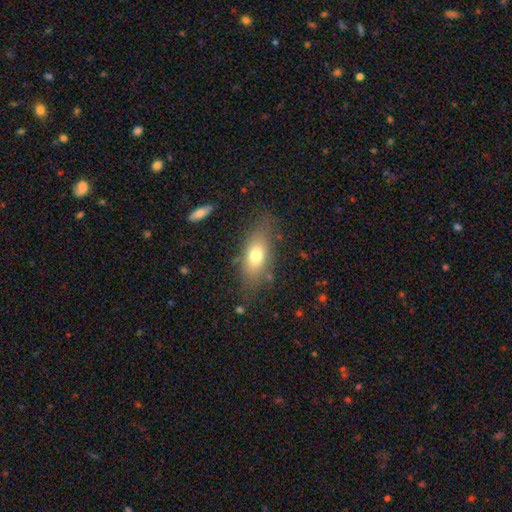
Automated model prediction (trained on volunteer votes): A smooth galaxy with no disk features (72%) that is in between round and cigar-shaped (80%).

Vote fractions:
- Smooth or featured? smooth: 72% / featured or disk: 19% / star or artifact: 9%
- How rounded? in between: 80% / cigar-shaped: 12% / round: 8%
- Merging? none: 74% / minor disturbance: 17% / major disturbance: 7% / merger: 3%